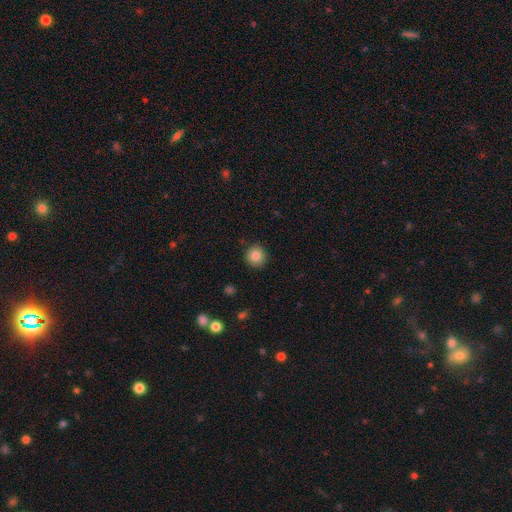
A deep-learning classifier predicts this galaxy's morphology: Smooth or featured?
  - smooth: 84% *
  - star or artifact: 10%
  - featured or disk: 6%
How rounded?
  - round: 93% *
  - in between: 6%
  - cigar-shaped: 1%
Merging?
  - none: 91% *
  - minor disturbance: 6%
  - major disturbance: 2%
  - merger: 1%